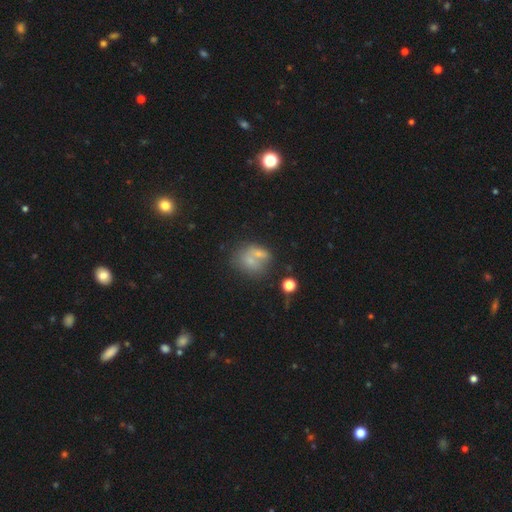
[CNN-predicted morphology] This is possibly a smooth galaxy (58%). How rounded: possibly round (58%). Merging: marginally none (38%, tied with merger).